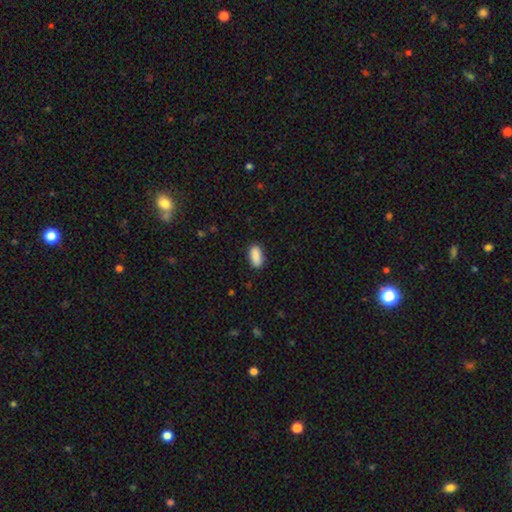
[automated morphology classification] type=smooth (90%); roundness=in between (89%); merging=none (86%).